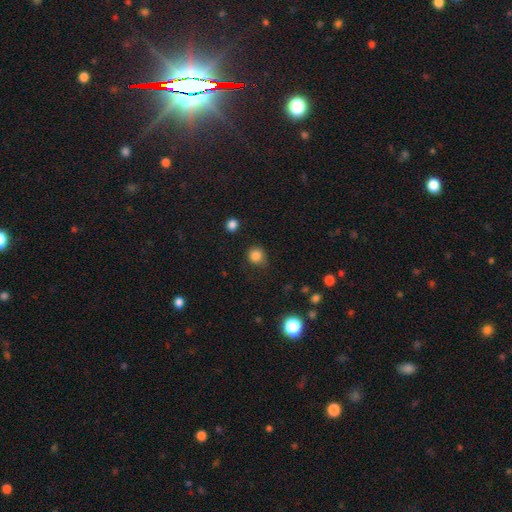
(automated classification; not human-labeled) Smooth or featured? smooth (84%)
How rounded? round (88%)
Merging? none (71%)